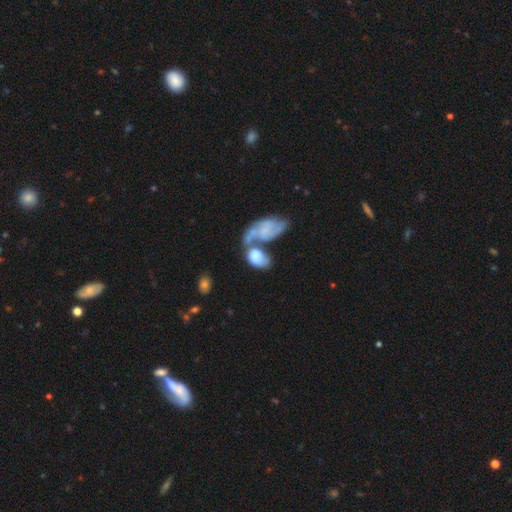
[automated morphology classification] smooth 54%, featured or disk 38%, star or artifact 7%. Down the decision tree: how rounded — in between (87%); merging — merger (59%).